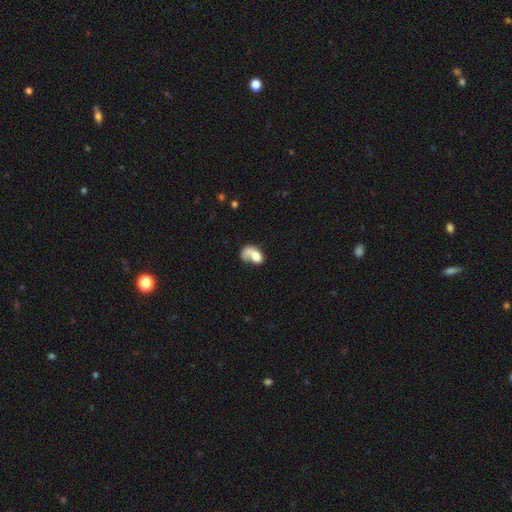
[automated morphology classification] smooth_or_featured: smooth (p=0.62) [alt: featured or disk p=0.30]
how_rounded: in between (p=0.80) [alt: round p=0.19]
merging: merger (p=0.31) [tied with: major disturbance p=0.31]